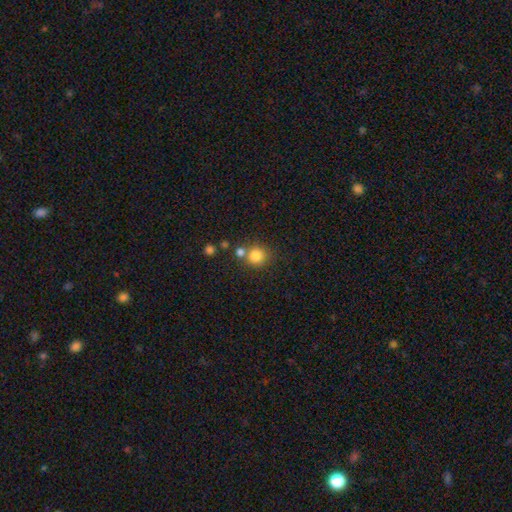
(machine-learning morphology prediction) Smooth or featured?
  - smooth: 82% *
  - star or artifact: 12%
  - featured or disk: 6%
How rounded?
  - round: 90% *
  - in between: 9%
  - cigar-shaped: 1%
Merging?
  - none: 67% *
  - merger: 21%
  - minor disturbance: 9%
  - major disturbance: 3%